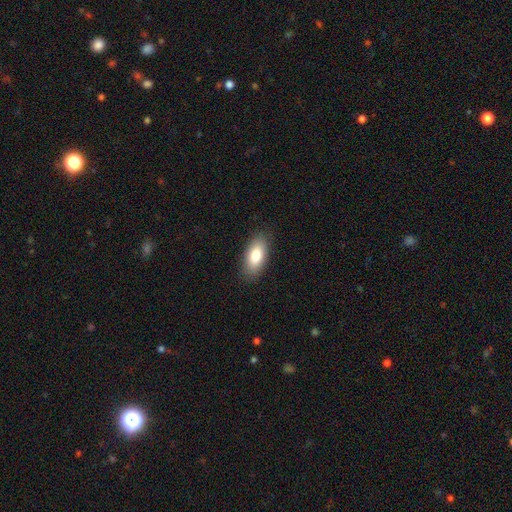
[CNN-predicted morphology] A smooth galaxy with no disk features (81%) that is in between round and cigar-shaped (88%). Merging: none (87%).